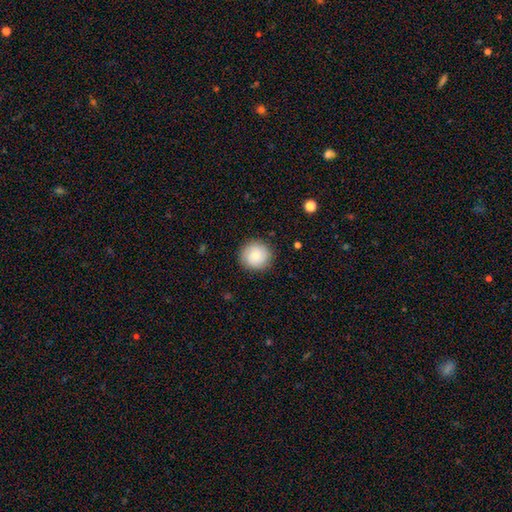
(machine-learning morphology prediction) smooth-or-featured: smooth: 76% | featured or disk: 16% | star or artifact: 7%
  how-rounded: round: 93% | in between: 6% | cigar-shaped: 1%
  merging: none: 89% | minor disturbance: 8% | major disturbance: 2% | merger: 1%